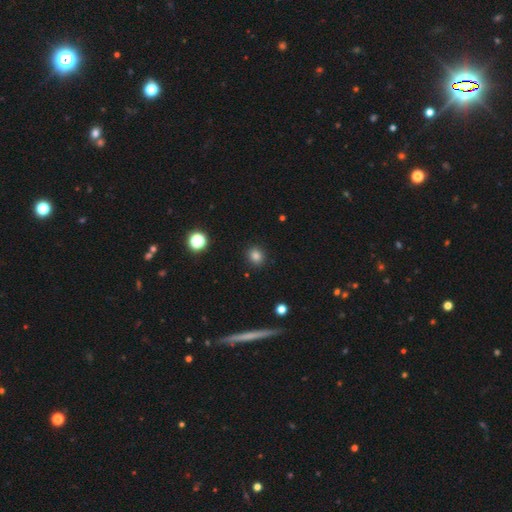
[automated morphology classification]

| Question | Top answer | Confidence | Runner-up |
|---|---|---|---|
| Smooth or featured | smooth | 83% | star or artifact (13%) |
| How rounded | round | 78% | in between (20%) |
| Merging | none | 90% | minor disturbance (6%) |